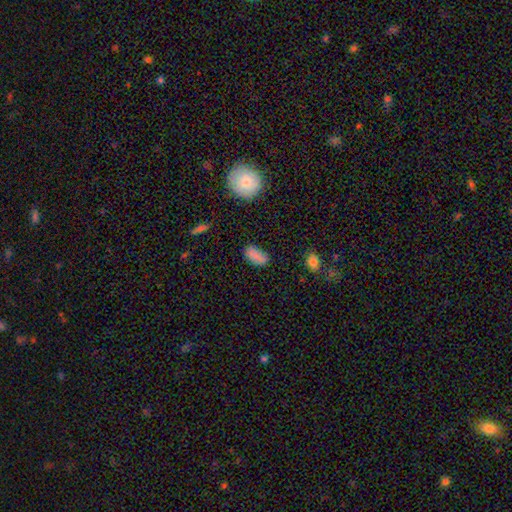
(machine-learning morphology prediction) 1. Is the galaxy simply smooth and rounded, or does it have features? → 82% smooth, 10% star or artifact, 8% featured or disk.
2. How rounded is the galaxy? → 91% in between, 5% cigar-shaped, 4% round.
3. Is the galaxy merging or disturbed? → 74% none, 18% minor disturbance, 5% major disturbance, 3% merger.